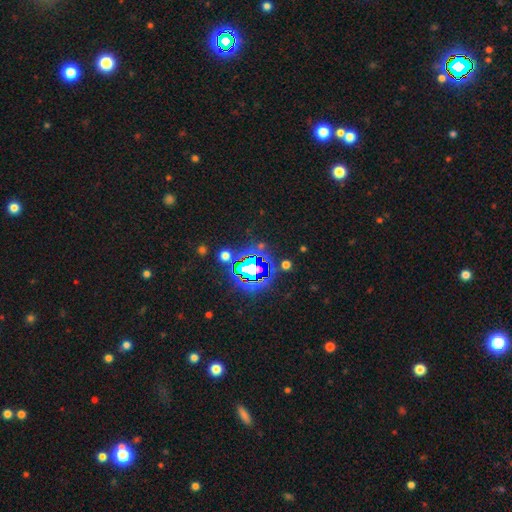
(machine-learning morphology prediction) smooth_or_featured: star or artifact (p=0.83) [alt: smooth p=0.10]